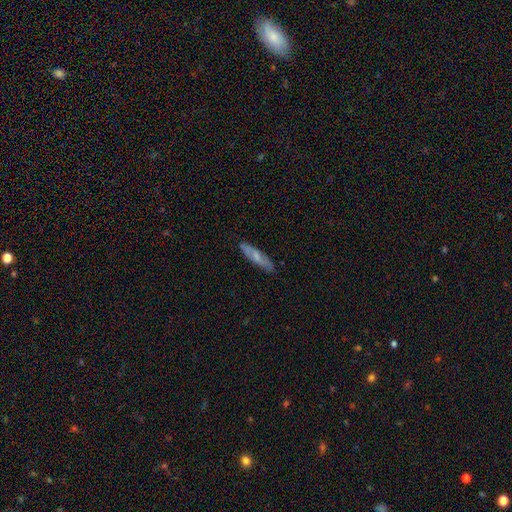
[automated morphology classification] smooth_or_featured: smooth (p=0.51) [alt: featured or disk p=0.42]
how_rounded: cigar-shaped (p=0.71) [alt: in between p=0.27]
merging: none (p=0.83) [alt: minor disturbance p=0.13]